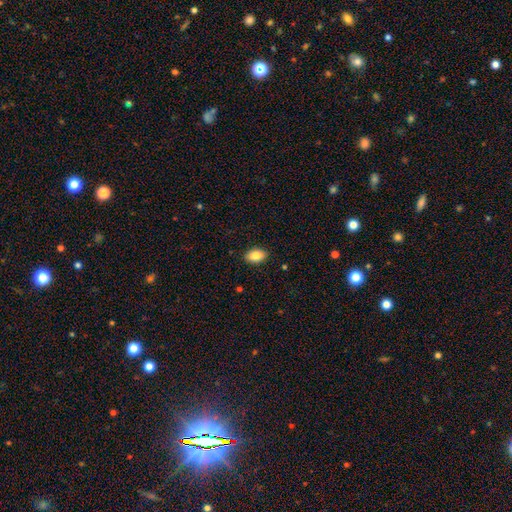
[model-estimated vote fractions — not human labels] smooth_or_featured: smooth (p=0.86) [alt: star or artifact p=0.07]
how_rounded: in between (p=0.91) [alt: round p=0.08]
merging: none (p=0.89) [alt: minor disturbance p=0.08]